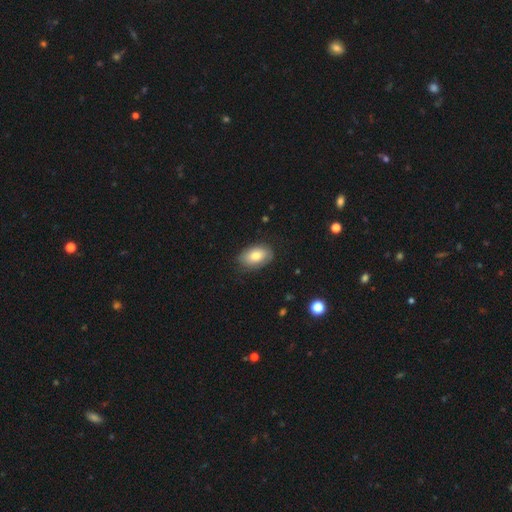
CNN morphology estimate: smooth-or-featured: smooth: 76% | featured or disk: 17% | star or artifact: 6%
  how-rounded: in between: 91% | round: 7% | cigar-shaped: 1%
  merging: none: 76% | minor disturbance: 18% | major disturbance: 4% | merger: 1%